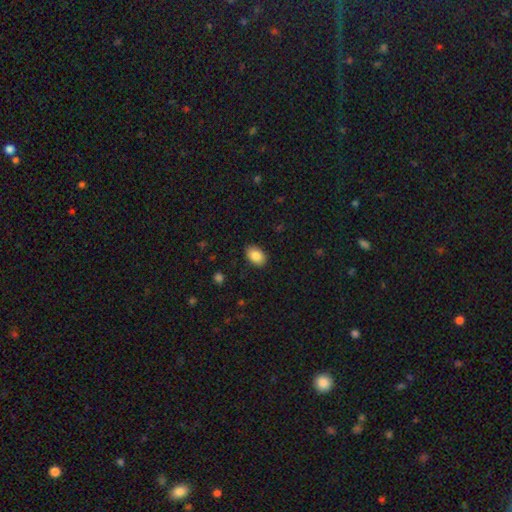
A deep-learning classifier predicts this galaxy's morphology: A smooth galaxy with no disk features (86%) that is in between round and cigar-shaped (86%). Merging: none (88%).